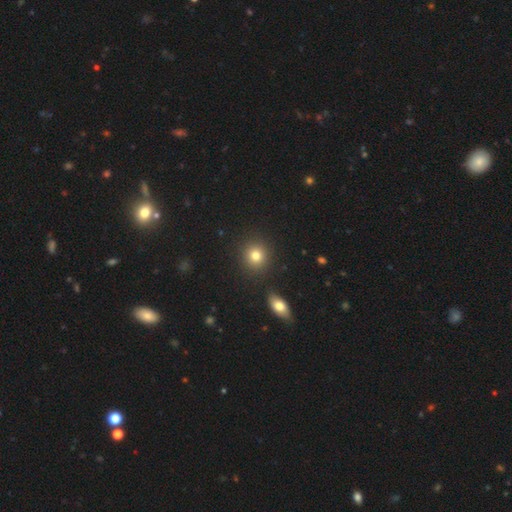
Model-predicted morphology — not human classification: This is clearly a smooth galaxy (81%). How rounded: clearly round (86%). Merging: clearly none (87%).